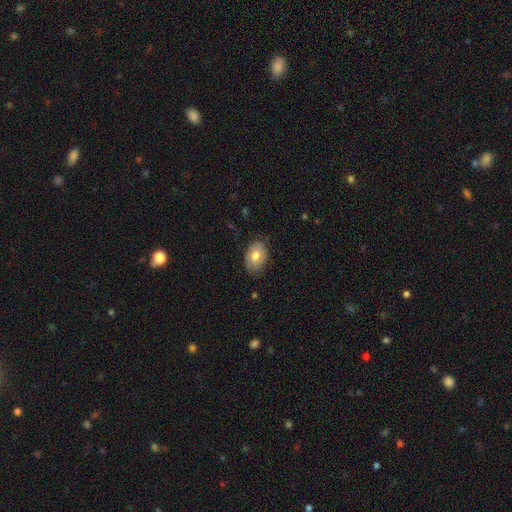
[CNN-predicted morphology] Smooth or featured? smooth (71%)
How rounded? in between (85%)
Merging? none (75%)